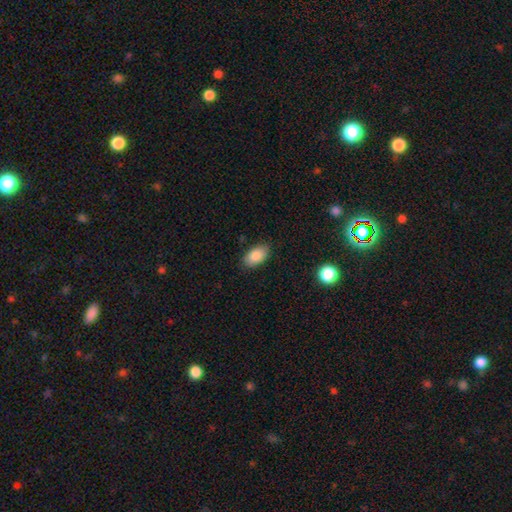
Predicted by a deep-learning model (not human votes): Smooth or featured? Predicted: smooth (p=0.87). How rounded? Predicted: in between (p=0.94). Merging? Predicted: none (p=0.85).